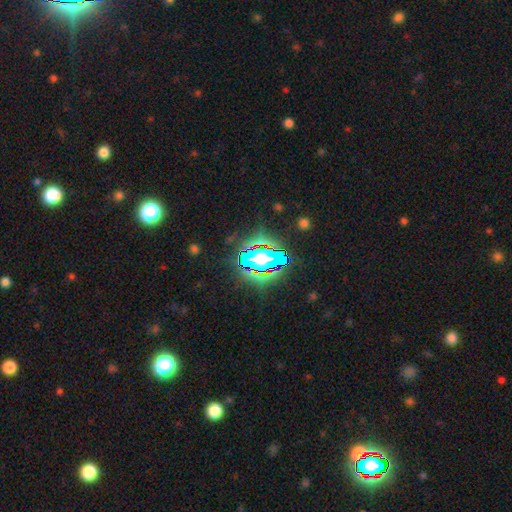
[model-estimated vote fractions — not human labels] A star or artifact, not a galaxy (70%).

Vote fractions:
- Smooth or featured? star or artifact: 70% / smooth: 16% / featured or disk: 13%